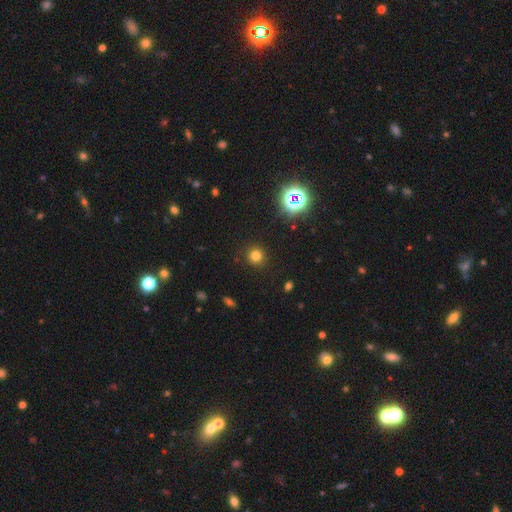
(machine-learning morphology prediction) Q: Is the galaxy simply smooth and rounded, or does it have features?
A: smooth — 74%.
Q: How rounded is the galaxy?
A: round — 92%.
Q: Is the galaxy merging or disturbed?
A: none — 90%.